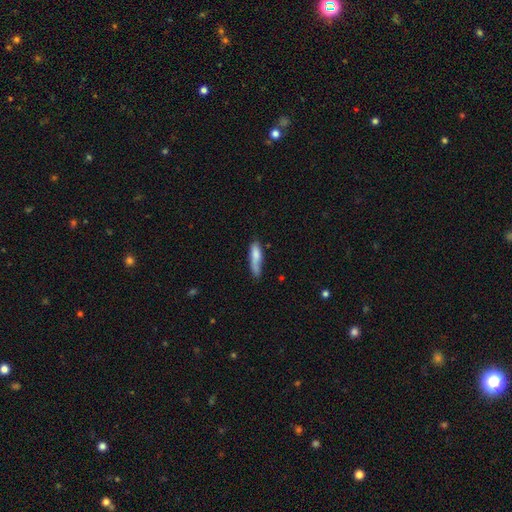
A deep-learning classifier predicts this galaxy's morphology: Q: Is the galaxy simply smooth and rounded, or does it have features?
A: smooth — 75%.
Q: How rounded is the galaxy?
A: cigar-shaped — 72%.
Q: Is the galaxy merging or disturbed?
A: none — 51%.